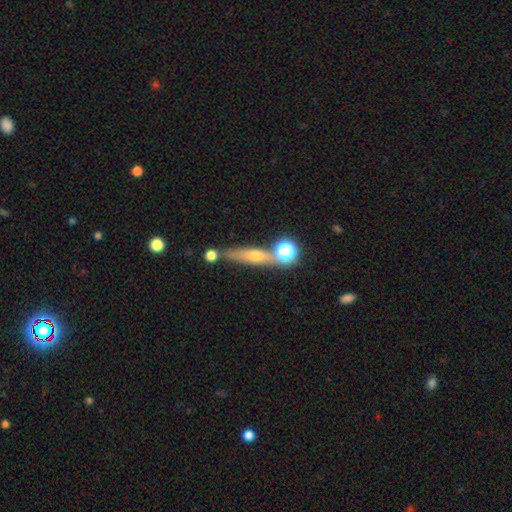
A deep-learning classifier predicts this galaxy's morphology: A smooth galaxy with no disk features (45%).

Vote fractions:
- Smooth or featured? smooth: 45% / featured or disk: 42% / star or artifact: 13%
- Merging? none: 67% / merger: 15% / minor disturbance: 13% / major disturbance: 5%